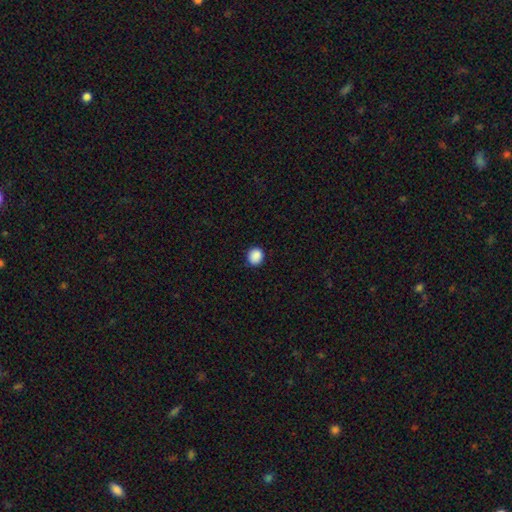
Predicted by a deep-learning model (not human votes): Smooth or featured? Predicted: smooth (p=0.89). How rounded? Predicted: round (p=0.81). Merging? Predicted: none (p=0.89).